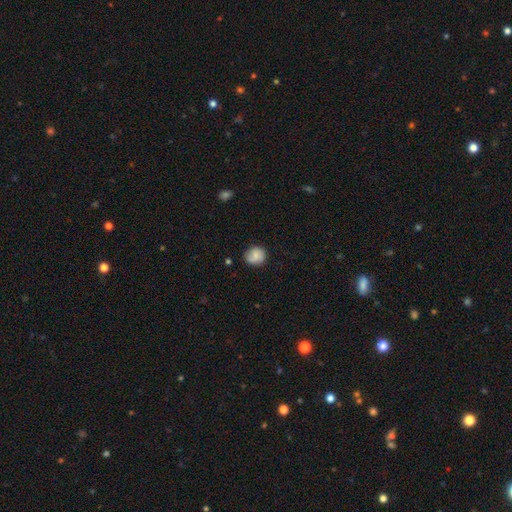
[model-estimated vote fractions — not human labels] smooth_or_featured: smooth (p=0.75) [alt: featured or disk p=0.16]
how_rounded: round (p=0.77) [alt: in between p=0.22]
merging: none (p=0.75) [alt: minor disturbance p=0.19]